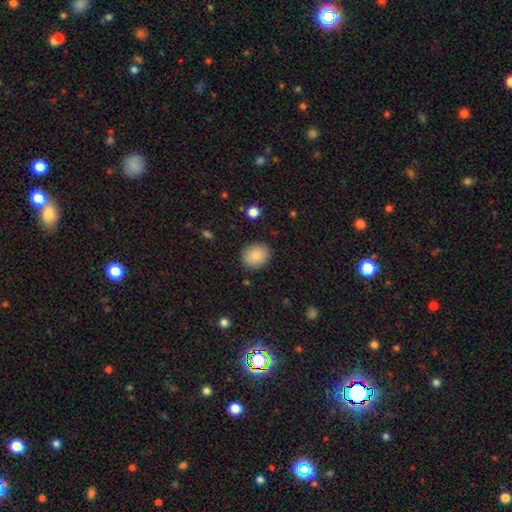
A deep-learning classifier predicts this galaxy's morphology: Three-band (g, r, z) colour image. It shows a smooth galaxy with no disk features (86%) that is round (57%). Merging: none (88%).